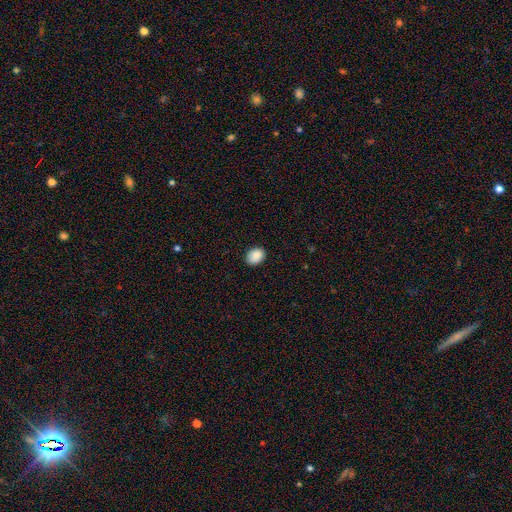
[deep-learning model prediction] Overall: smooth (89%). How rounded: in between (66%; round 33%). Merging: none (85%).